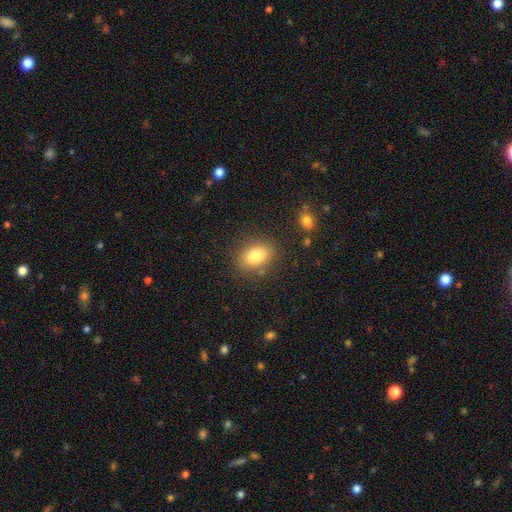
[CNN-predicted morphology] smooth_or_featured: smooth (p=0.81) [alt: featured or disk p=0.10]
how_rounded: in between (p=0.78) [alt: round p=0.21]
merging: none (p=0.82) [alt: minor disturbance p=0.11]